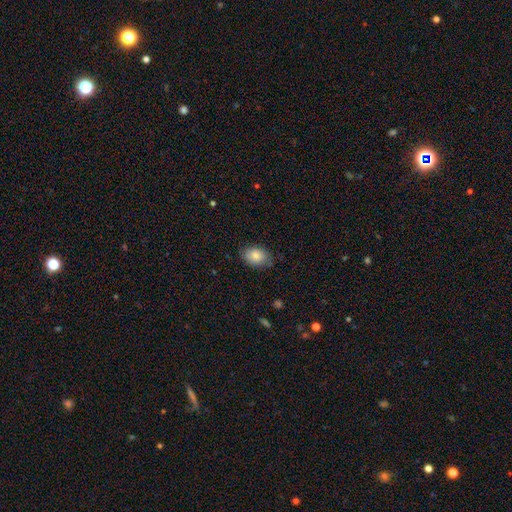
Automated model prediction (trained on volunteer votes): smooth_or_featured: smooth (p=0.81) [alt: featured or disk p=0.11]
how_rounded: in between (p=0.79) [alt: round p=0.20]
merging: none (p=0.75) [alt: minor disturbance p=0.20]